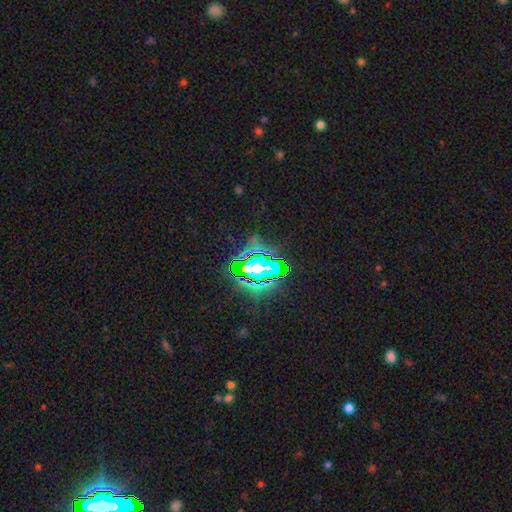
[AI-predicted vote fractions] A star or artifact, not a galaxy (85%).

Vote fractions:
- Smooth or featured? star or artifact: 85% / smooth: 8% / featured or disk: 6%